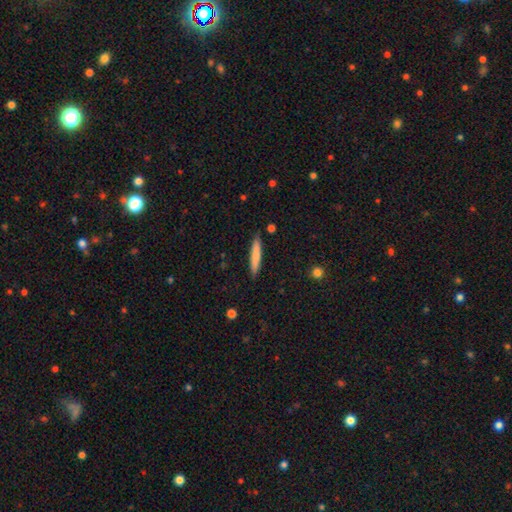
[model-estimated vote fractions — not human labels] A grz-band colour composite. It shows a smooth galaxy with no disk features (76%) that is cigar-shaped (92%). Merging: none (88%).